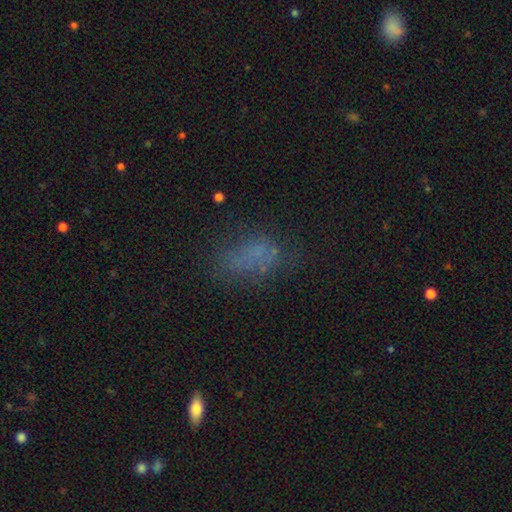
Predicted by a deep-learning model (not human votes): Morphology: type=smooth (59%); roundness=in between (85%); merging=none (60%).